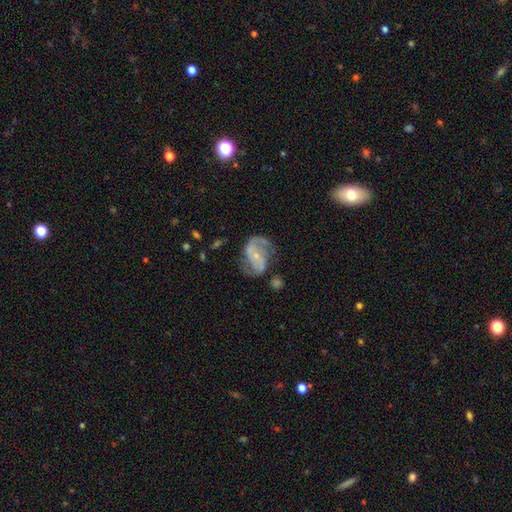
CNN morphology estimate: smooth_or_featured: featured or disk (p=0.84) [alt: smooth p=0.10]
disk_edge_on: no (p=0.97) [alt: yes p=0.03]
bar: no (p=0.41) [alt: weak p=0.37]
has_spiral_arms: yes (p=0.93) [alt: no p=0.07]
spiral_winding: medium (p=0.45) [alt: loose p=0.39]
spiral_arm_count: 2 (p=0.88) [alt: can't tell p=0.05]
bulge_size: small (p=0.71) [alt: moderate p=0.21]
merging: none (p=0.61) [alt: minor disturbance p=0.21]